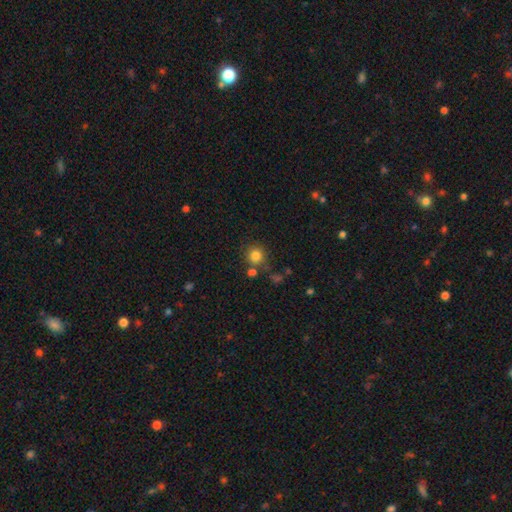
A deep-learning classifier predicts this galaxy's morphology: Smooth or featured? smooth (81%)
How rounded? round (91%)
Merging? none (73%)